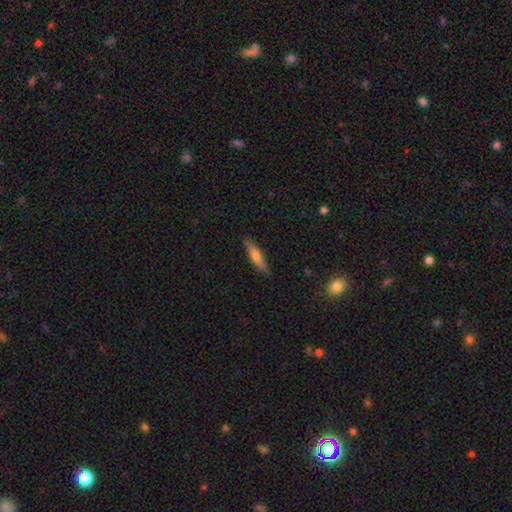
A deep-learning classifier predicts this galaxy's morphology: A smooth galaxy with no disk features (65%) that is cigar-shaped (82%).

Vote fractions:
- Smooth or featured? smooth: 65% / featured or disk: 29% / star or artifact: 6%
- How rounded? cigar-shaped: 82% / in between: 17% / round: 2%
- Merging? none: 86% / minor disturbance: 11% / major disturbance: 2% / merger: 1%